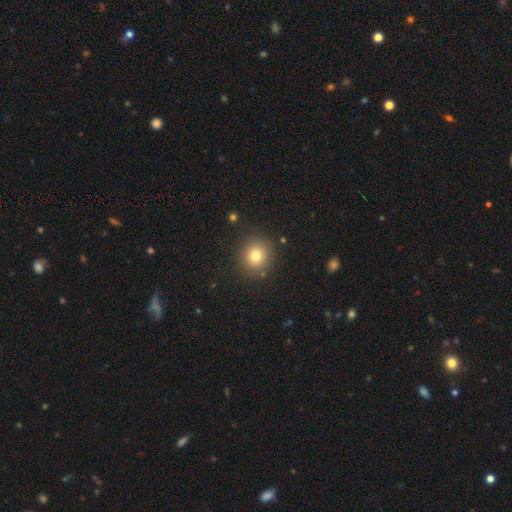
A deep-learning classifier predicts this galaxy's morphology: This appears to be a smooth galaxy with no disk features (77%) that is round (88%). Merging: none (87%).